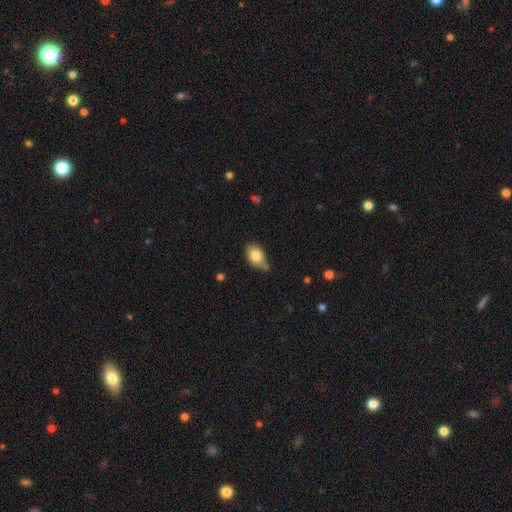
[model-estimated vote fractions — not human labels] Smooth or featured: smooth — 80% (featured or disk — 11%)
How rounded: in between — 80% (round — 18%)
Merging: none — 54% (minor disturbance — 30%)